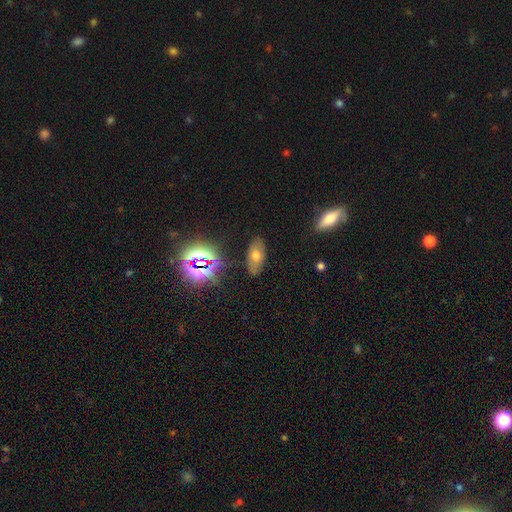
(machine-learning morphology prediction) smooth-or-featured: smooth: 55% | featured or disk: 23% | star or artifact: 22%
  how-rounded: in between: 89% | round: 6% | cigar-shaped: 5%
  merging: none: 80% | minor disturbance: 14% | major disturbance: 4% | merger: 2%